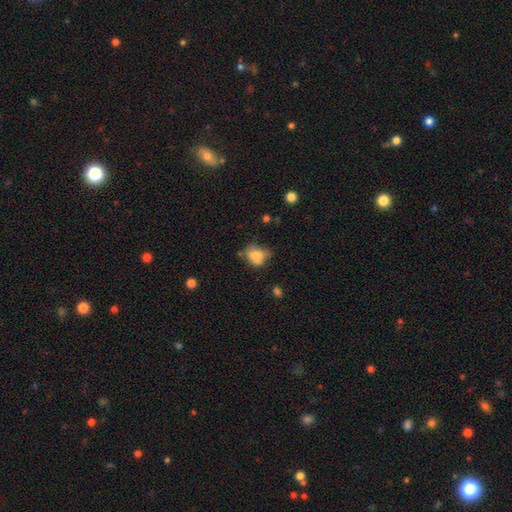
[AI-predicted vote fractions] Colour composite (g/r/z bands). It shows a smooth galaxy with no disk features (71%) that is in between round and cigar-shaped (50%). Merging: none (44%).